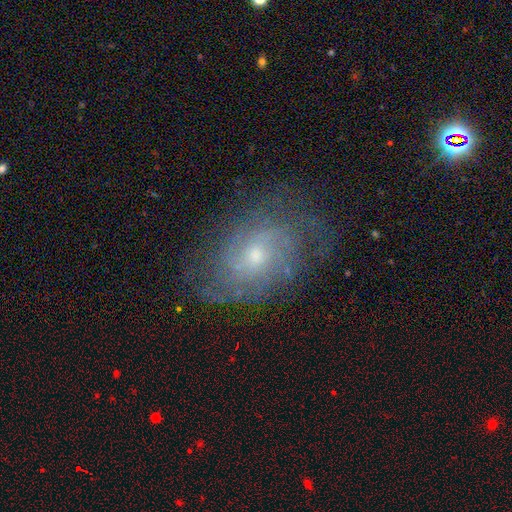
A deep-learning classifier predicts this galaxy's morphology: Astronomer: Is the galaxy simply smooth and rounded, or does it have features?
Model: featured or disk — 75%.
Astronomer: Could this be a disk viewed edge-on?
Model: no — 96%.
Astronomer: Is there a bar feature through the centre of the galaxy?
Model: no — 69%.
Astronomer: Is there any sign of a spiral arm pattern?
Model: yes — 89%.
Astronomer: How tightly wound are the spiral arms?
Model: tight — 52% (runner-up: medium, 35%).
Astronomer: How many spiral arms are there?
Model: can't tell — 46% (runner-up: 2, 23%).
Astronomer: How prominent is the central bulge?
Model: small — 55% (runner-up: moderate, 41%).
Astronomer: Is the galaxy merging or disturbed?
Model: none — 72%.